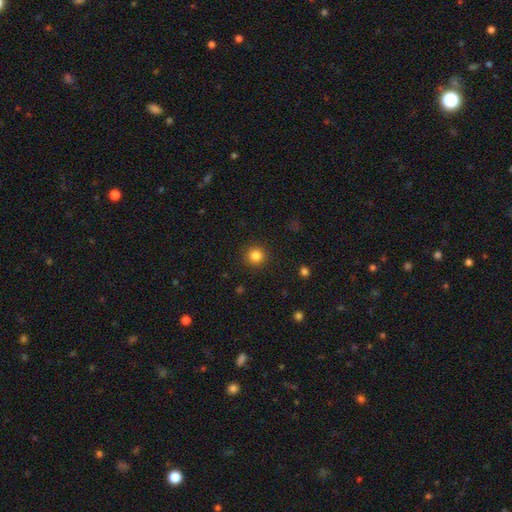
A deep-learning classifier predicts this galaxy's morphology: smooth 84%, star or artifact 12%, featured or disk 4%. Down the decision tree: how rounded — round (95%); merging — none (91%).